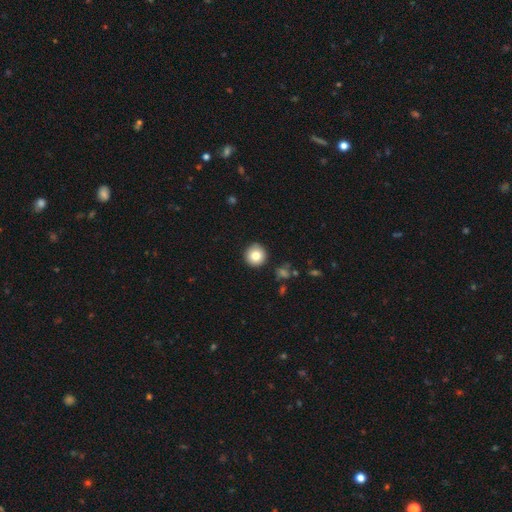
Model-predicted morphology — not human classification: smooth-or-featured: smooth: 82% | star or artifact: 9% | featured or disk: 9%
  how-rounded: round: 94% | in between: 5% | cigar-shaped: 1%
  merging: none: 91% | minor disturbance: 6% | major disturbance: 2% | merger: 1%